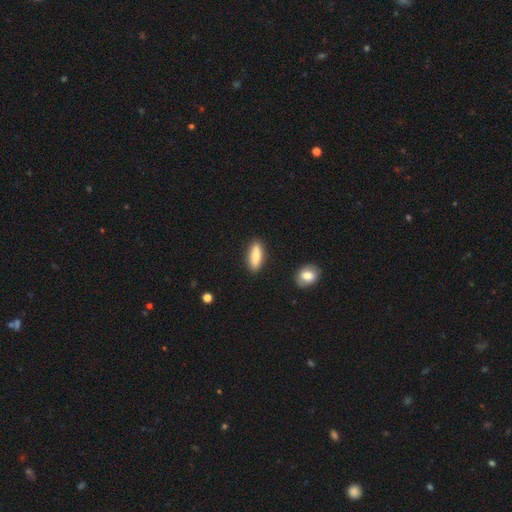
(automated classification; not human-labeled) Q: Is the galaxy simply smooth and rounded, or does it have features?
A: smooth — 83%.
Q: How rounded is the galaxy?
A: in between — 49%, tied with cigar-shaped.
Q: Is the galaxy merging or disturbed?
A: none — 87%.